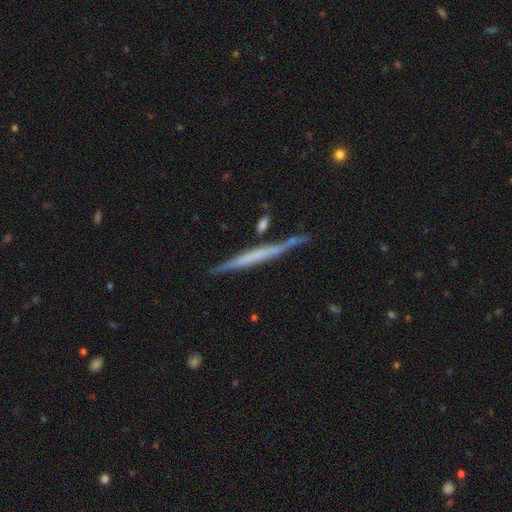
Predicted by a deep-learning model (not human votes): Overall: featured or disk (59%; smooth 35%). Edge-on disk: yes (97%). Edge-on bulge: none (82%). Merging: none (81%).